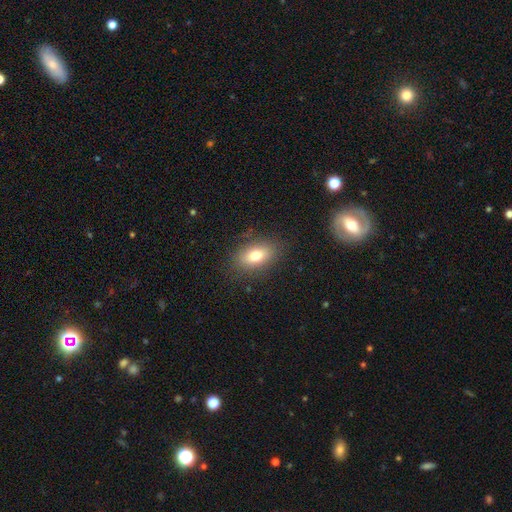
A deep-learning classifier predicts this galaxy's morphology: Smooth or featured? Predicted: smooth (p=0.75). How rounded? Predicted: in between (p=0.85). Merging? Predicted: none (p=0.84).